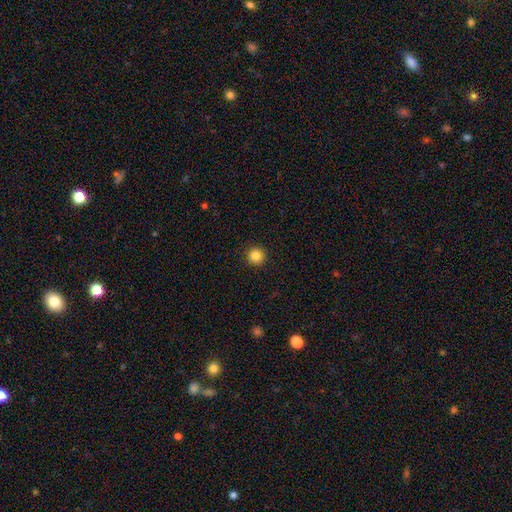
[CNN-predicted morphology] type=smooth (85%); roundness=round (95%); merging=none (93%).